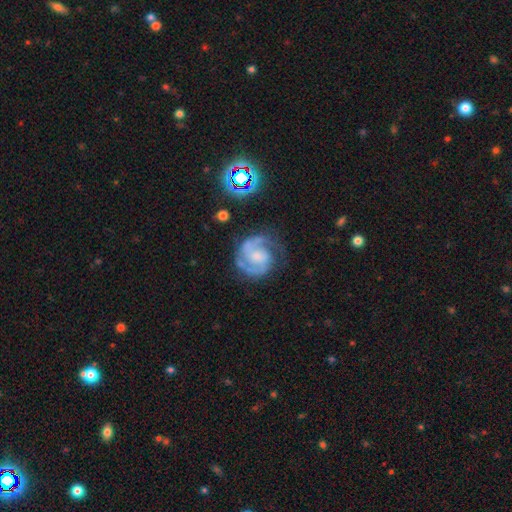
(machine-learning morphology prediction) Smooth or featured?
  - featured or disk: 86% *
  - smooth: 7%
  - star or artifact: 6%
Edge-on disk?
  - no: 98% *
  - yes: 2%
Bar?
  - no: 53% *
  - weak: 37%
  - strong: 10%
Spiral arms?
  - yes: 97% *
  - no: 3%
Spiral winding?
  - medium: 47% *
  - tight: 44%
  - loose: 9%
Spiral arm count?
  - 2: 80% *
  - 3: 7%
  - can't tell: 7%
  - 1: 4%
  - 4: 2%
  - more than 4: 2%
Bulge size?
  - small: 43% *
  - moderate: 30%
  - none: 20%
  - large: 6%
  - dominant: 1%
Merging?
  - none: 71% *
  - minor disturbance: 17%
  - major disturbance: 10%
  - merger: 2%